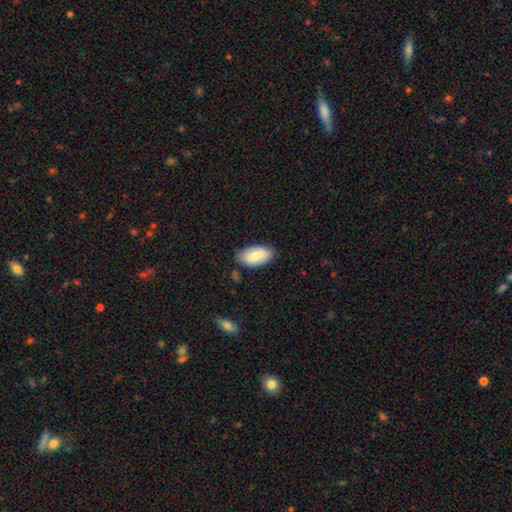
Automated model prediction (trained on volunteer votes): Q: Smooth or featured?
A: smooth (72%); runner-up: featured or disk (22%)
Q: How rounded?
A: in between (94%); runner-up: cigar-shaped (3%)
Q: Merging?
A: none (78%); runner-up: minor disturbance (17%)